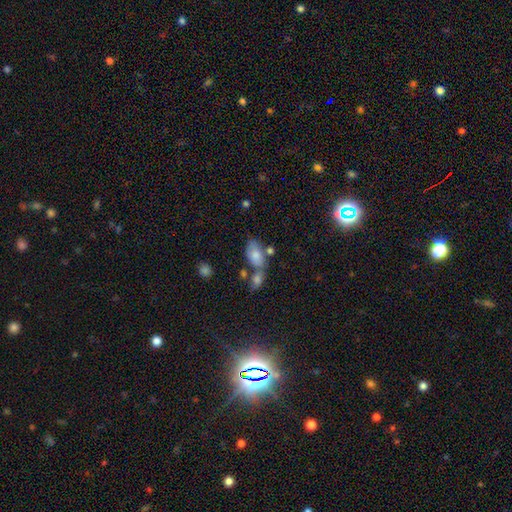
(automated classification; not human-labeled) Smooth or featured: smooth — 73% (featured or disk — 19%)
How rounded: in between — 91% (round — 7%)
Merging: none — 43% (merger — 32%)